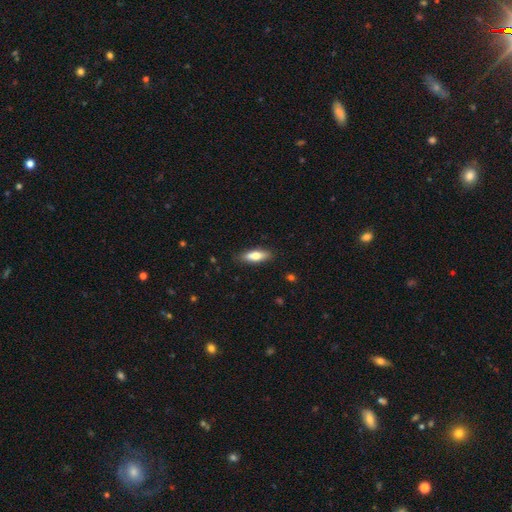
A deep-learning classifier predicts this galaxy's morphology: A smooth galaxy with no disk features (68%) that is in between round and cigar-shaped (58%).

Vote fractions:
- Smooth or featured? smooth: 68% / featured or disk: 26% / star or artifact: 6%
- How rounded? in between: 58% / cigar-shaped: 39% / round: 3%
- Merging? none: 83% / minor disturbance: 12% / major disturbance: 2% / merger: 2%